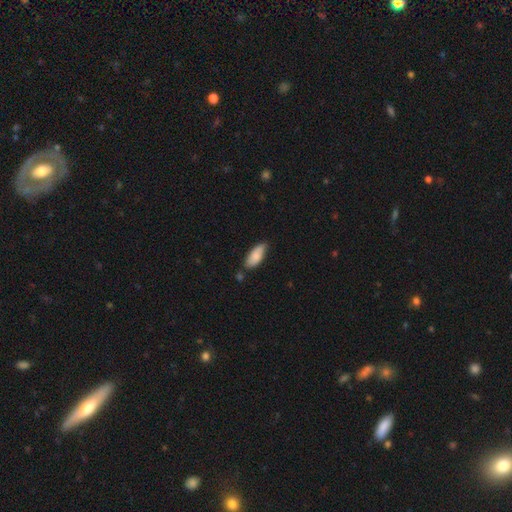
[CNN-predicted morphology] type=smooth (83%); roundness=in between (79%); merging=none (68%).